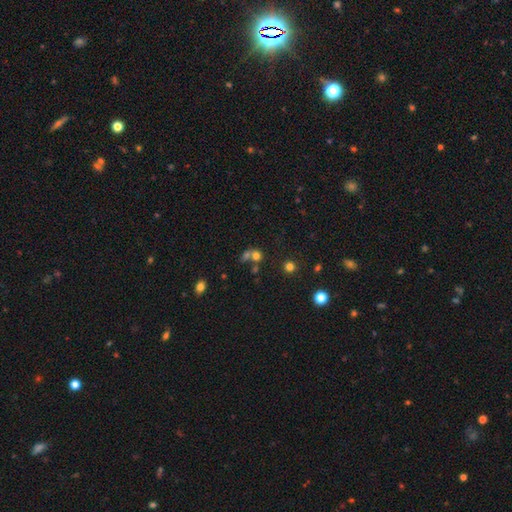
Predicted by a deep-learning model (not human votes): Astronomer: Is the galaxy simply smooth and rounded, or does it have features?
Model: smooth — 67%.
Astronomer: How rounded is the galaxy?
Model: round — 75%.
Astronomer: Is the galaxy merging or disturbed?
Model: merger — 48% (runner-up: none, 38%).